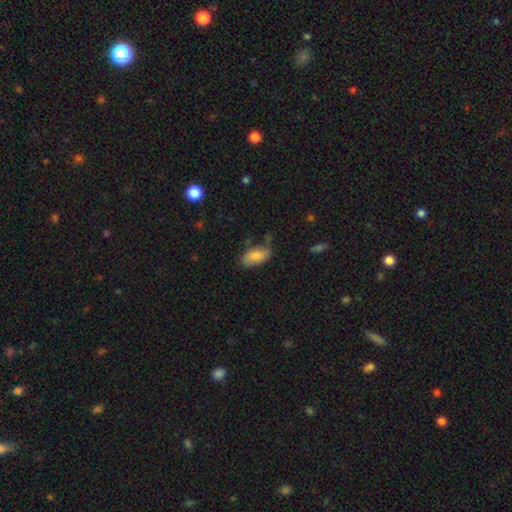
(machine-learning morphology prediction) This appears to be a smooth galaxy with no disk features (83%) that is in between round and cigar-shaped (92%). Merging: none (69%).